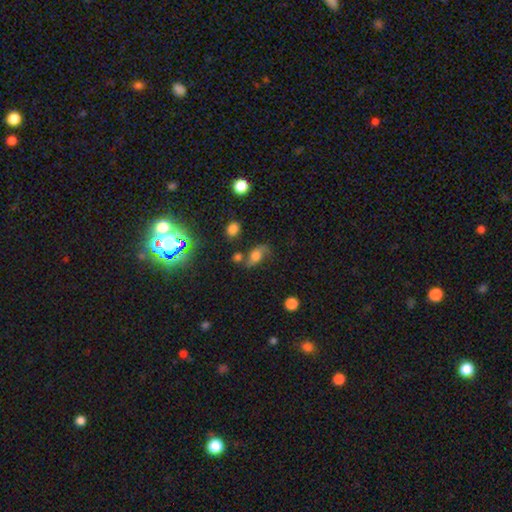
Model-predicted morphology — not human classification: Q: Smooth or featured?
A: smooth (45%); runner-up: featured or disk (40%)
Q: Merging?
A: none (52%); runner-up: minor disturbance (24%)